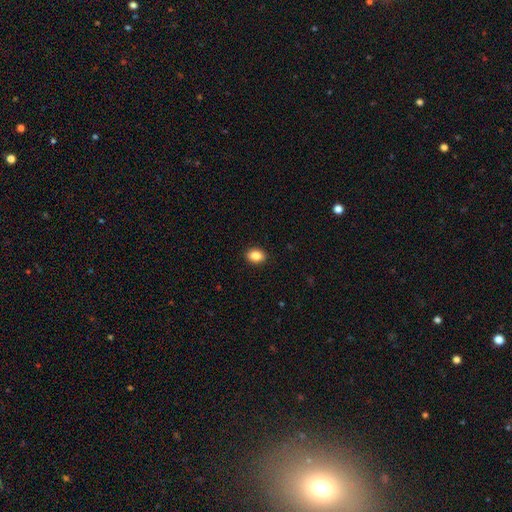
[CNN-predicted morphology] Smooth or featured? smooth (87%)
How rounded? in between (69%)
Merging? none (91%)